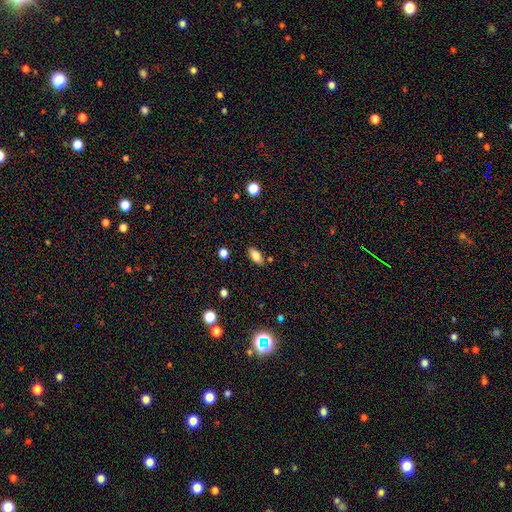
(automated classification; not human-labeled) Smooth or featured? Predicted: smooth (p=0.81). How rounded? Predicted: in between (p=0.88). Merging? Predicted: none (p=0.83).